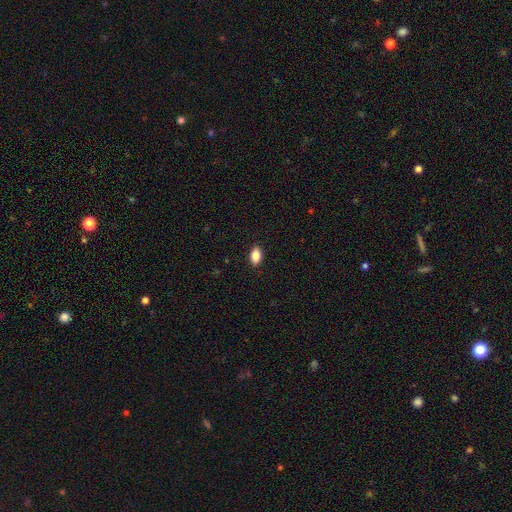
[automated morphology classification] Smooth or featured?
  - smooth: 86% *
  - star or artifact: 8%
  - featured or disk: 6%
How rounded?
  - in between: 90% *
  - round: 7%
  - cigar-shaped: 3%
Merging?
  - none: 89% *
  - minor disturbance: 8%
  - major disturbance: 2%
  - merger: 1%